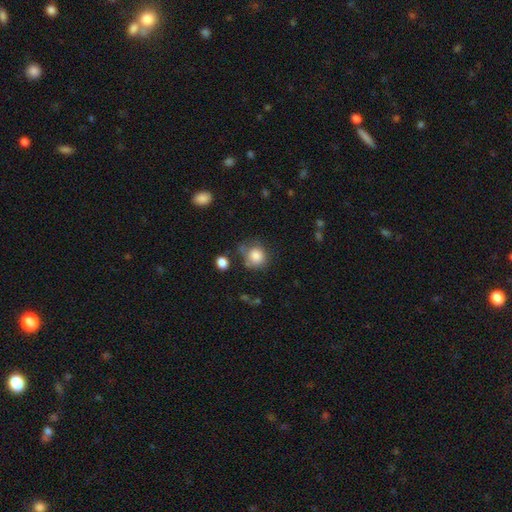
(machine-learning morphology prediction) Smooth or featured?
  - smooth: 84% *
  - star or artifact: 9%
  - featured or disk: 7%
How rounded?
  - round: 82% *
  - in between: 17%
  - cigar-shaped: 1%
Merging?
  - none: 52% *
  - minor disturbance: 26%
  - major disturbance: 13%
  - merger: 9%